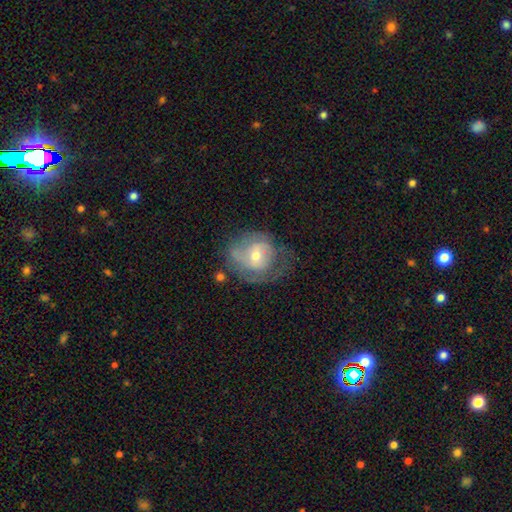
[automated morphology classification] Smooth or featured? Predicted: featured or disk (p=0.60). Edge-on disk? Predicted: no (p=0.96). Bar? Predicted: no (p=0.60). Spiral arms? Predicted: yes (p=0.66). Bulge size? Predicted: moderate (p=0.51). Merging? Predicted: none (p=0.46).